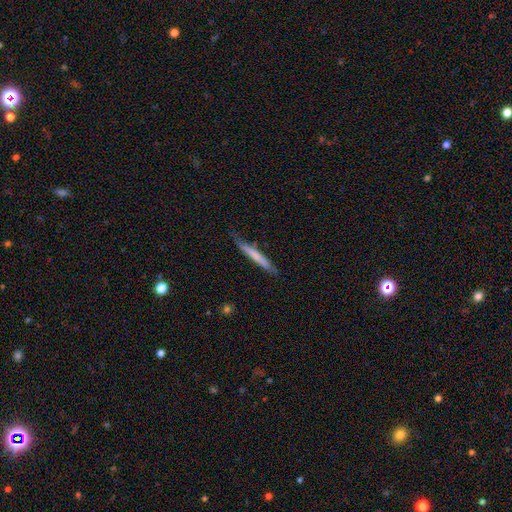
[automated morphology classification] This is likely a smooth galaxy (63%). How rounded: clearly cigar-shaped (96%). Merging: likely none (74%).